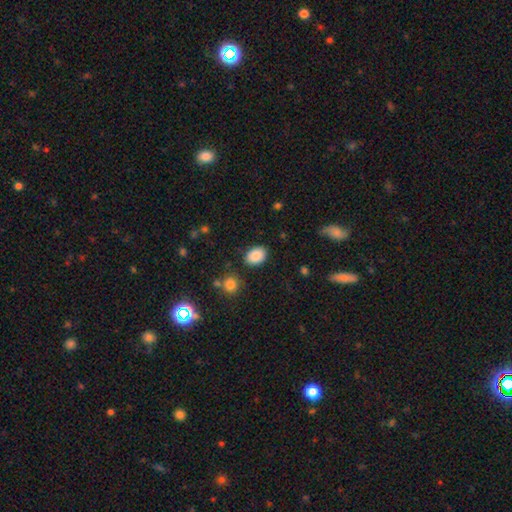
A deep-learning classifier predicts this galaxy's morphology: A smooth galaxy with no disk features (88%) that is in between round and cigar-shaped (79%). Merging: none (86%).